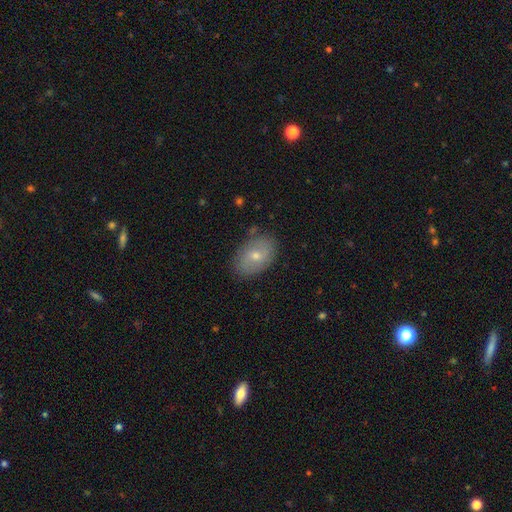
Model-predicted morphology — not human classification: Overall: smooth (56%; featured or disk 34%). How rounded: in between (85%). Merging: none (82%).